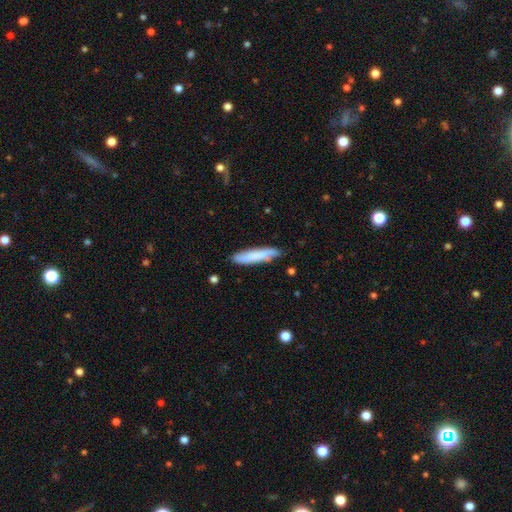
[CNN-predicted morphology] smooth 72%, featured or disk 21%, star or artifact 6%. Down the decision tree: how rounded — cigar-shaped (83%); merging — none (80%).